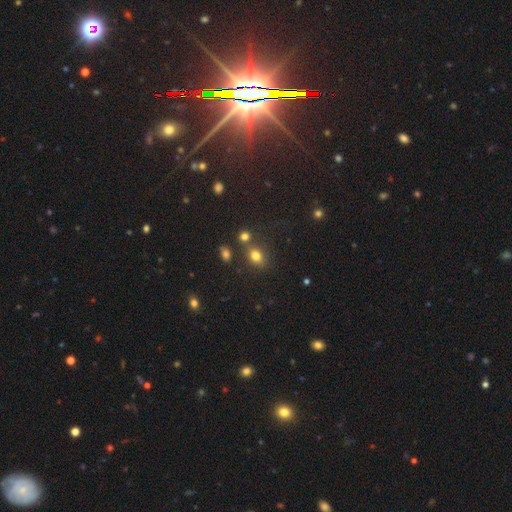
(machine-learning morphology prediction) A smooth galaxy with no disk features (75%) that is in between round and cigar-shaped (64%). Merging: none (65%).